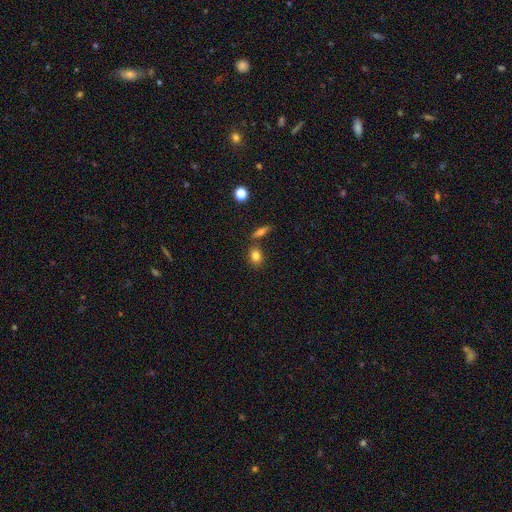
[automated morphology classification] Smooth or featured? Predicted: smooth (p=0.82). How rounded? Predicted: round (p=0.50). Merging? Predicted: none (p=0.74).